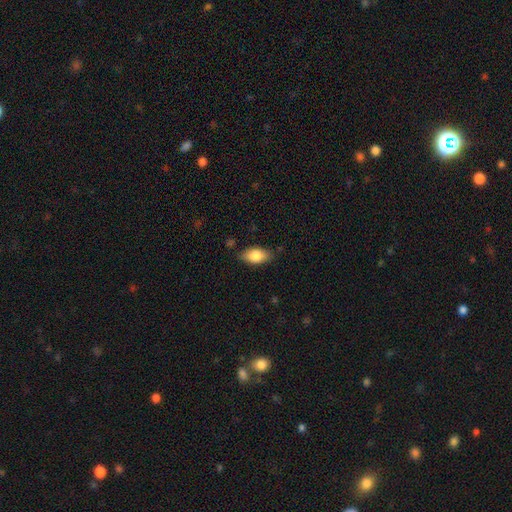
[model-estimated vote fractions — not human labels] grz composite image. It shows a smooth galaxy with no disk features (82%) that is in between round and cigar-shaped (90%). Merging: none (79%).